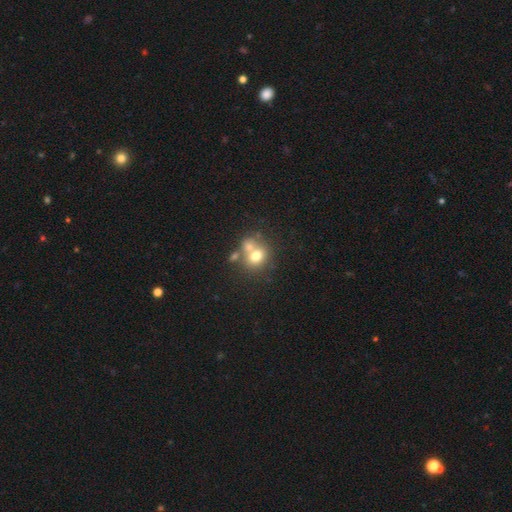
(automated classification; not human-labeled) Morphology: type=smooth (70%); roundness=round (67%); merging=merger (45%).